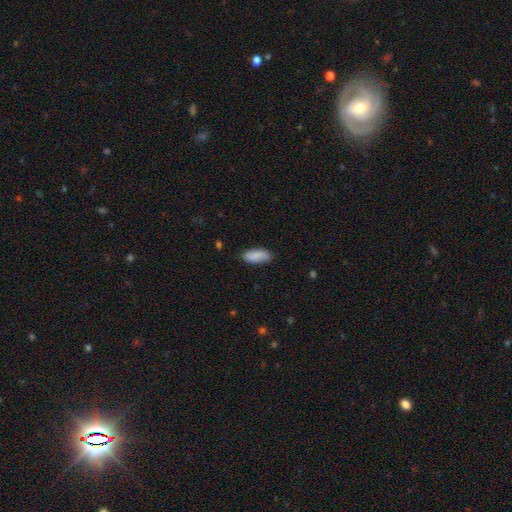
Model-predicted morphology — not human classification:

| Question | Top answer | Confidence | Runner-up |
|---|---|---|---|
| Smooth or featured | smooth | 85% | featured or disk (9%) |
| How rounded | in between | 85% | cigar-shaped (13%) |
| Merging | none | 82% | minor disturbance (14%) |